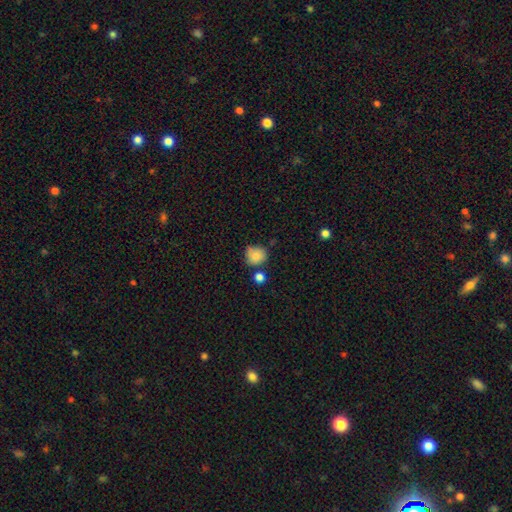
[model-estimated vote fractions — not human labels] Smooth or featured: smooth — 82% (star or artifact — 10%)
How rounded: round — 84% (in between — 15%)
Merging: none — 63% (minor disturbance — 20%)